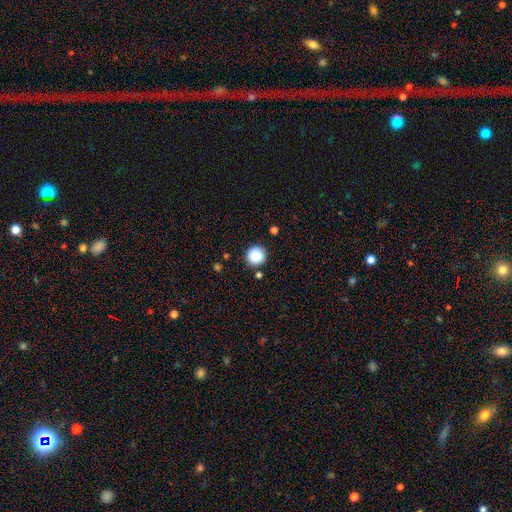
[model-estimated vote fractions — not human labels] A smooth galaxy with no disk features (88%) that is round (94%).

Vote fractions:
- Smooth or featured? smooth: 88% / star or artifact: 9% / featured or disk: 3%
- How rounded? round: 94% / in between: 5% / cigar-shaped: 1%
- Merging? none: 88% / minor disturbance: 7% / merger: 3% / major disturbance: 2%